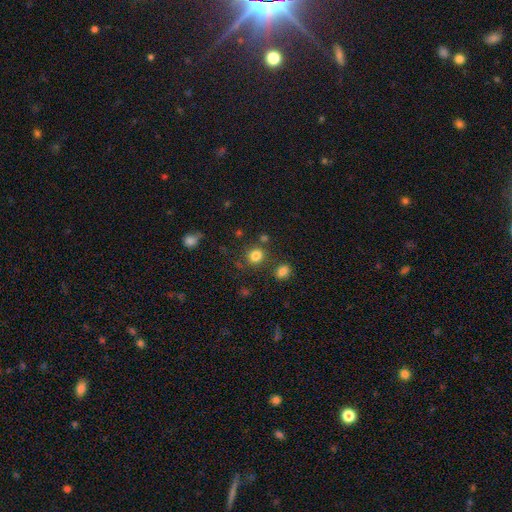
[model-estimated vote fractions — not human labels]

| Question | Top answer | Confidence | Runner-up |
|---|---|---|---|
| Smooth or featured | smooth | 82% | star or artifact (13%) |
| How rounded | round | 77% | in between (22%) |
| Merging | none | 78% | minor disturbance (10%) |